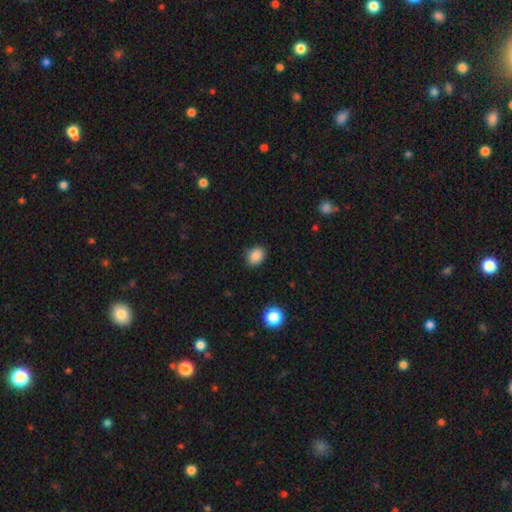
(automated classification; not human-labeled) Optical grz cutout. It shows a smooth galaxy with no disk features (87%) that is in between round and cigar-shaped (59%). Merging: none (84%).